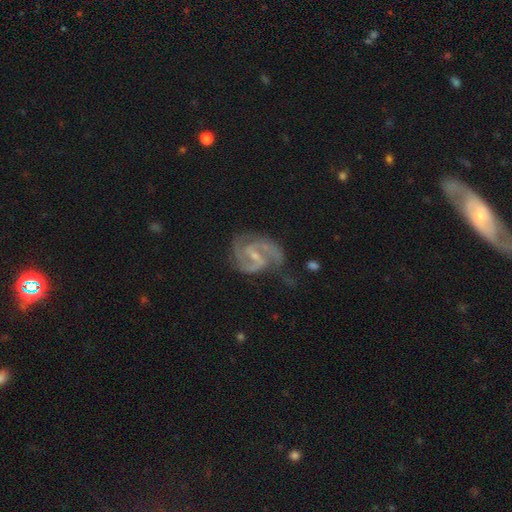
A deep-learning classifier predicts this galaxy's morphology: Smooth or featured: featured or disk — 91% (star or artifact — 5%)
Edge-on disk: no — 98% (yes — 2%)
Bar: weak — 54% (strong — 28%)
Spiral arms: yes — 98% (no — 2%)
Spiral winding: medium — 59% (tight — 24%)
Spiral arm count: 2 — 80% (3 — 10%)
Bulge size: small — 67% (moderate — 25%)
Merging: none — 57% (minor disturbance — 25%)